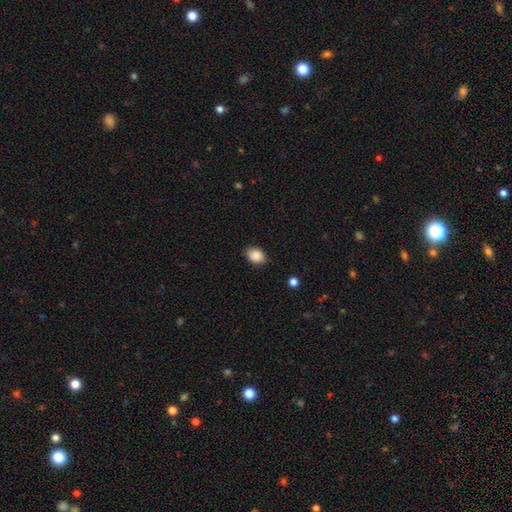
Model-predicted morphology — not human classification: smooth-or-featured: smooth: 88% | star or artifact: 8% | featured or disk: 4%
  how-rounded: in between: 68% | round: 31% | cigar-shaped: 1%
  merging: none: 82% | minor disturbance: 14% | major disturbance: 3% | merger: 1%